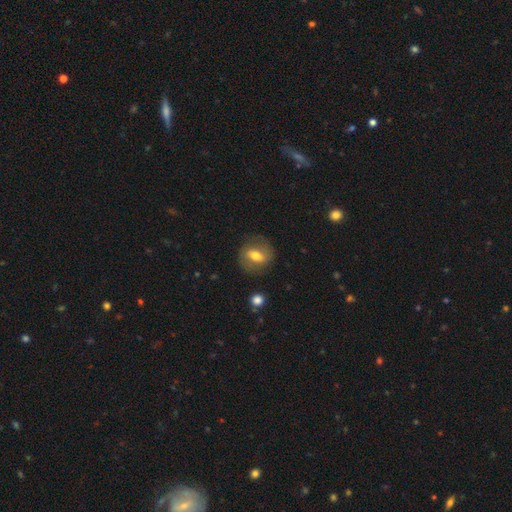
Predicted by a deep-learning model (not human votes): smooth-or-featured: smooth: 52% | featured or disk: 40% | star or artifact: 8%
  how-rounded: in between: 49% | round: 48% | cigar-shaped: 3%
  merging: none: 77% | minor disturbance: 14% | major disturbance: 7% | merger: 2%